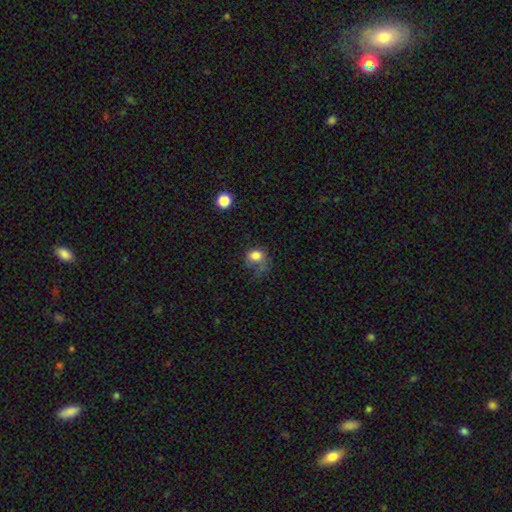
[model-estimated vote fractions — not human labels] The model was most divided on "merging": none: 34%, major disturbance: 33%, minor disturbance: 28%, merger: 5%. Remaining: smooth or featured — smooth (78%); how rounded — in between (50%).